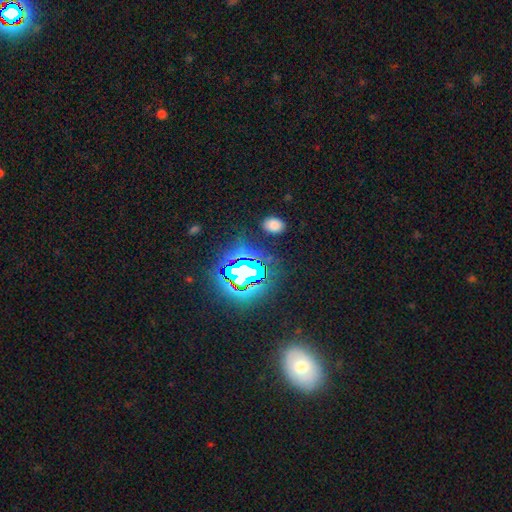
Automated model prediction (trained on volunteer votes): Smooth or featured?
  - star or artifact: 73% *
  - smooth: 17%
  - featured or disk: 10%